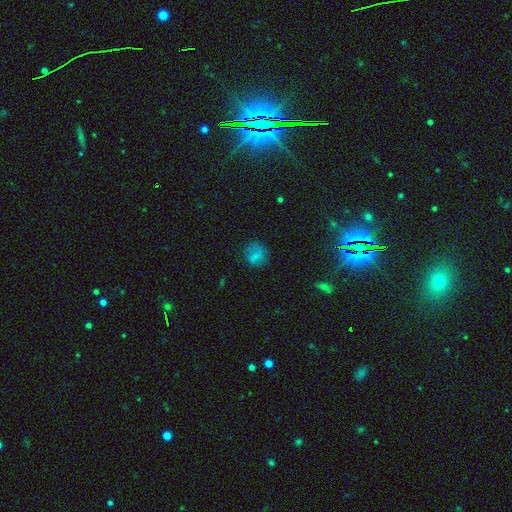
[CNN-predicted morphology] Q: Smooth or featured?
A: smooth (69%); runner-up: star or artifact (17%)
Q: How rounded?
A: round (76%); runner-up: in between (23%)
Q: Merging?
A: none (69%); runner-up: minor disturbance (20%)